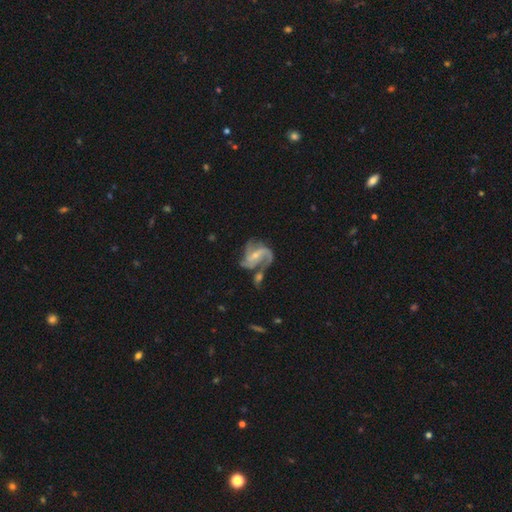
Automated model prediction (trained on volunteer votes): Morphology: type=featured or disk (89%); edge-on=no (98%); bar=weak (47%); spiral arms=yes (97%); winding=medium (51%); arm count=3 (45%); bulge=small (62%); merging=none (40%).